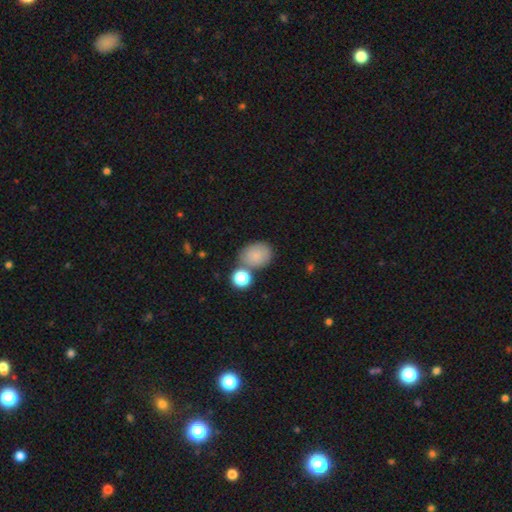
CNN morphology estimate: smooth_or_featured: smooth (p=0.79) [alt: star or artifact p=0.11]
how_rounded: in between (p=0.56) [alt: round p=0.42]
merging: none (p=0.63) [alt: merger p=0.18]